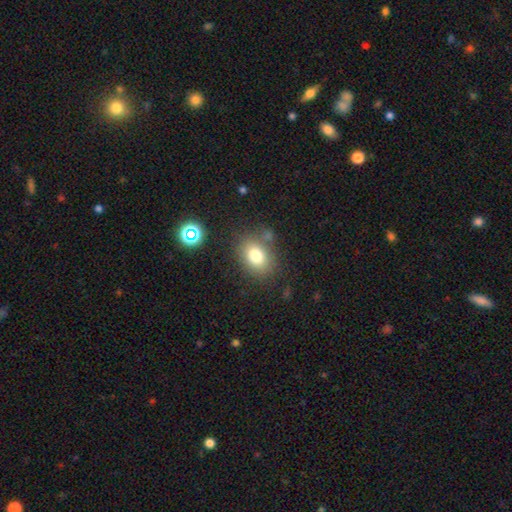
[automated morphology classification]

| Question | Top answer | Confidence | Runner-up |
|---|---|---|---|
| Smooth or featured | smooth | 78% | star or artifact (12%) |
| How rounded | in between | 65% | round (34%) |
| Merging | none | 76% | minor disturbance (14%) |